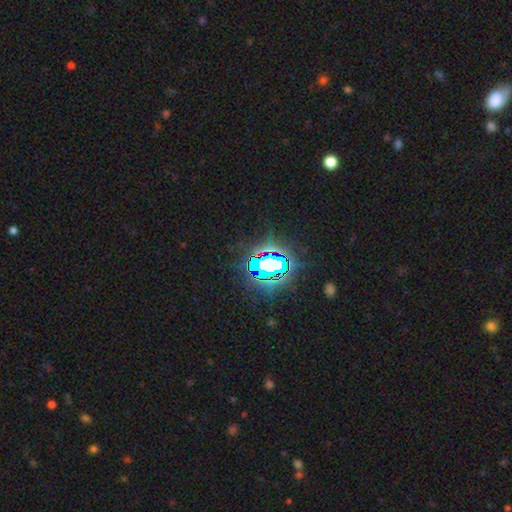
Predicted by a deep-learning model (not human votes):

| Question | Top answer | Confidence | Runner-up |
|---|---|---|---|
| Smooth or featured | star or artifact | 83% | smooth (11%) |